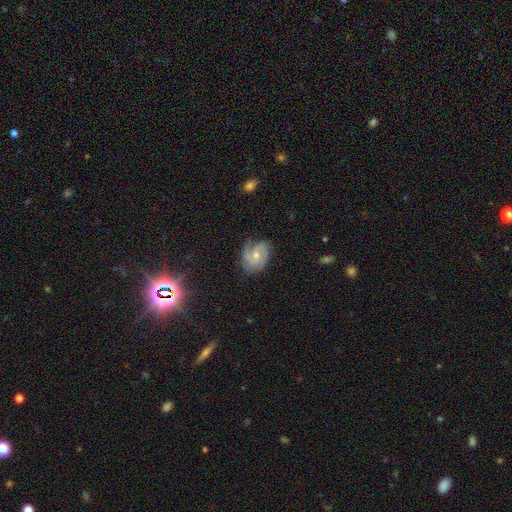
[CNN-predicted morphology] featured or disk 75%, smooth 18%, star or artifact 7%. Down the decision tree: edge-on disk — no (97%); bar — no (68%); spiral arms — yes (94%); spiral arm count — 2 (36%); spiral winding — medium (43%); bulge size — small (48%); merging — none (63%).